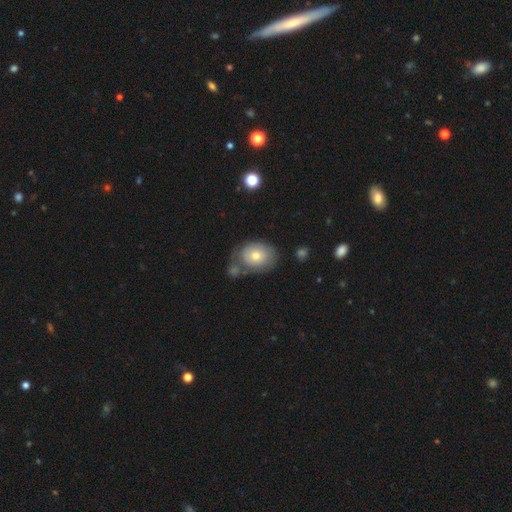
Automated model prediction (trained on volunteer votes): A smooth galaxy with no disk features (62%) that is in between round and cigar-shaped (56%).

Vote fractions:
- Smooth or featured? smooth: 62% / featured or disk: 30% / star or artifact: 7%
- How rounded? in between: 56% / round: 43% / cigar-shaped: 1%
- Merging? none: 49% / minor disturbance: 21% / merger: 20% / major disturbance: 10%